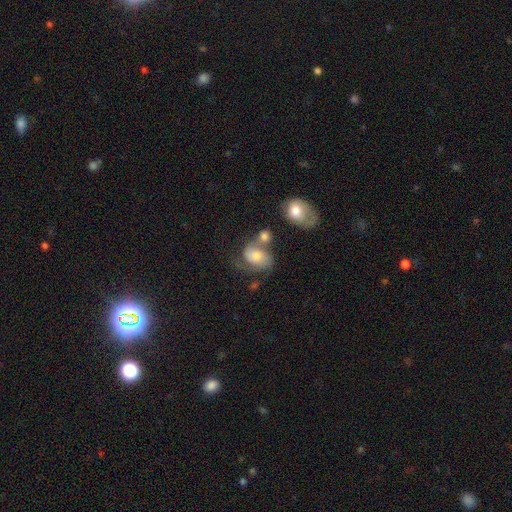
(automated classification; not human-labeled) featured or disk 48%, smooth 43%, star or artifact 9%. Down the decision tree: merging — merger (36%).